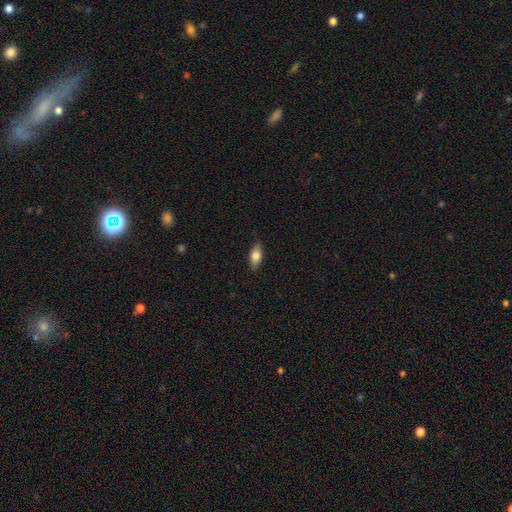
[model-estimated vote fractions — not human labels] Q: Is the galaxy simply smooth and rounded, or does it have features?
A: smooth — 77%.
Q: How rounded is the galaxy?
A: in between — 82%.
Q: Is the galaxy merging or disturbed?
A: none — 86%.